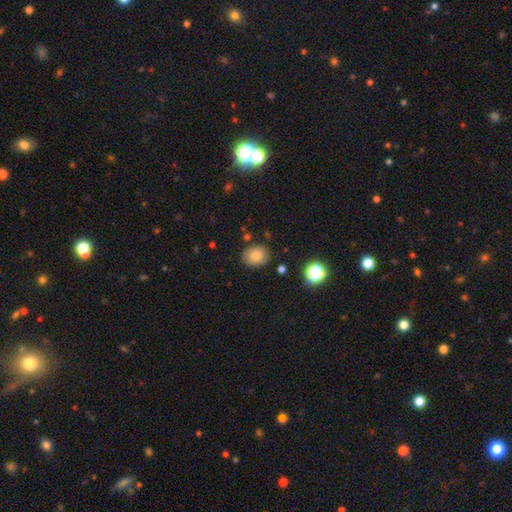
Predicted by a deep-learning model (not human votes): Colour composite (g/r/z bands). It shows a smooth galaxy with no disk features (81%) that is in between round and cigar-shaped (50%). Merging: none (84%).